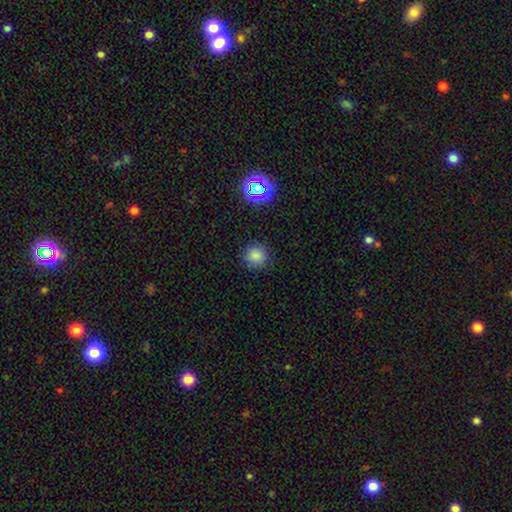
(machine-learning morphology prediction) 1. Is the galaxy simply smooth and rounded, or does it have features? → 80% smooth, 15% star or artifact, 5% featured or disk.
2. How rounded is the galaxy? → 92% round, 7% in between, 1% cigar-shaped.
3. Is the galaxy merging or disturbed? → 88% none, 8% minor disturbance, 3% major disturbance, 1% merger.